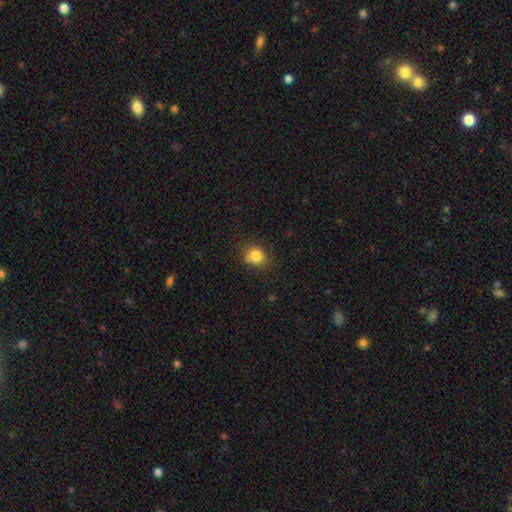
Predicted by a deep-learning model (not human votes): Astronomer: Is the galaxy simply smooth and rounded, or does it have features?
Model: smooth — 82%.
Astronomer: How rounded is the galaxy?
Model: round — 72%.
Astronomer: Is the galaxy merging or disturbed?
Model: none — 69%.